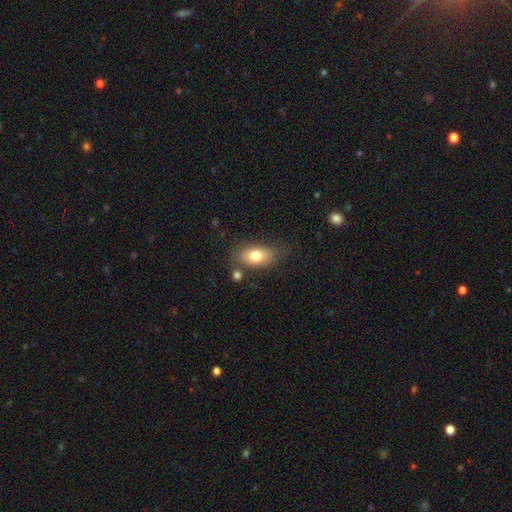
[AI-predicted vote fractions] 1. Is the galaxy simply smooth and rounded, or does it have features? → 77% smooth, 15% featured or disk, 8% star or artifact.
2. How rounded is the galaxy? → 87% in between, 10% round, 3% cigar-shaped.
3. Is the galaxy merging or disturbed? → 67% none, 19% minor disturbance, 8% merger, 6% major disturbance.